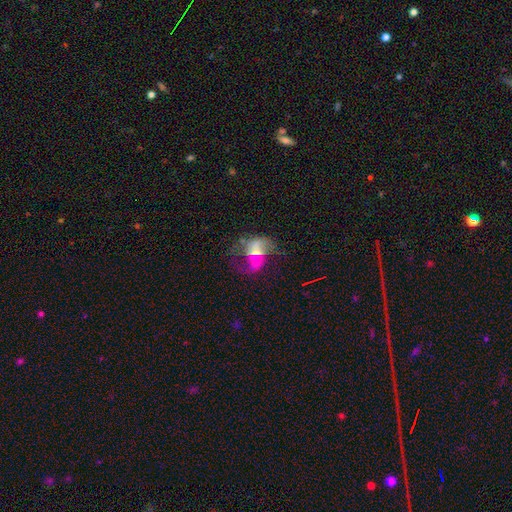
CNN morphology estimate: The model was most divided on "bulge size": moderate: 45%, small: 38%, none: 7%, large: 7%, dominant: 2%. Remaining: edge-on disk — no (97%); spiral arms — yes (72%); smooth or featured — featured or disk (66%); bar — no (46%); merging — none (39%).